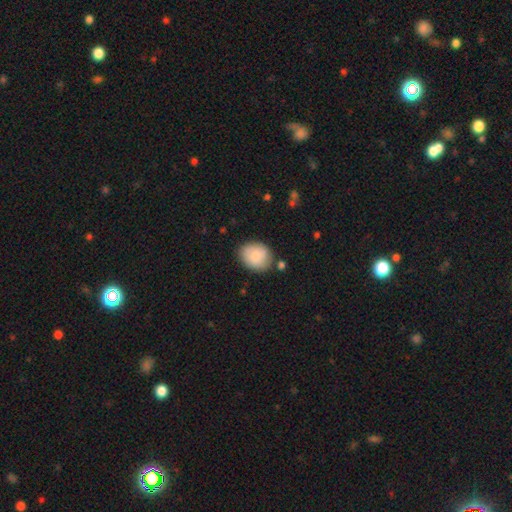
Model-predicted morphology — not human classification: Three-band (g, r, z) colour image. It shows a smooth galaxy with no disk features (86%) that is in between round and cigar-shaped (51%). Merging: none (75%).